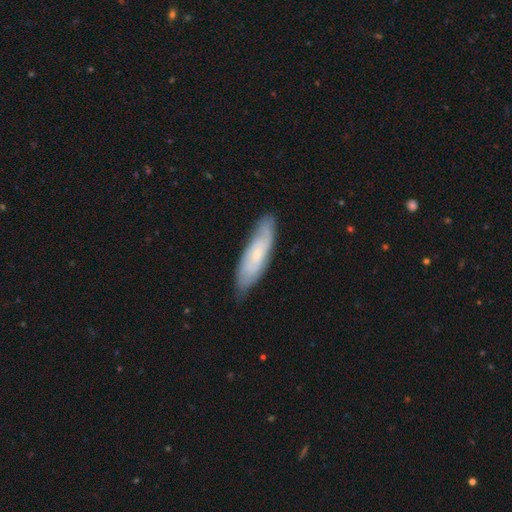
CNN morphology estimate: The model was most divided on "smooth or featured": featured or disk: 46%, smooth: 44%, star or artifact: 10%. More confident: merging — none (82%).